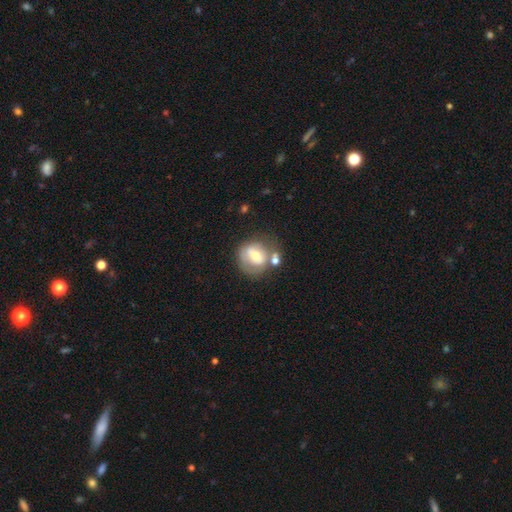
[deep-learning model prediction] This appears to be a smooth galaxy with no disk features (46%, tied with featured or disk). Merging: none (49%).